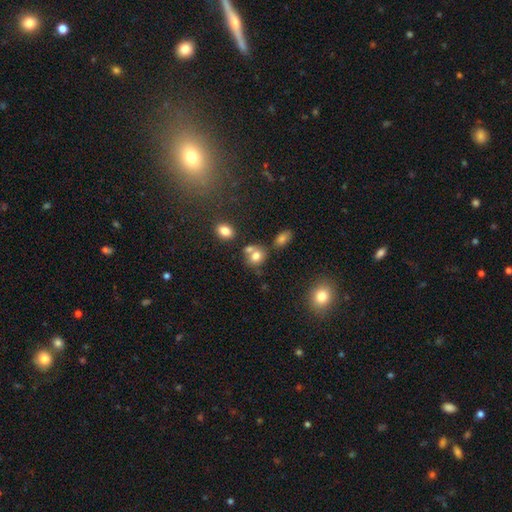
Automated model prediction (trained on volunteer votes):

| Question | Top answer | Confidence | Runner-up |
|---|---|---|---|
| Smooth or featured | smooth | 75% | star or artifact (12%) |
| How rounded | round | 64% | in between (35%) |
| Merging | none | 50% | merger (33%) |